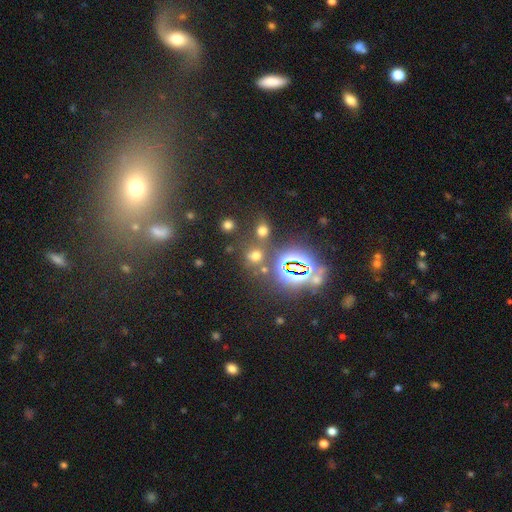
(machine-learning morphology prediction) Smooth or featured? Predicted: smooth (p=0.52). How rounded? Predicted: round (p=0.75). Merging? Predicted: none (p=0.67).